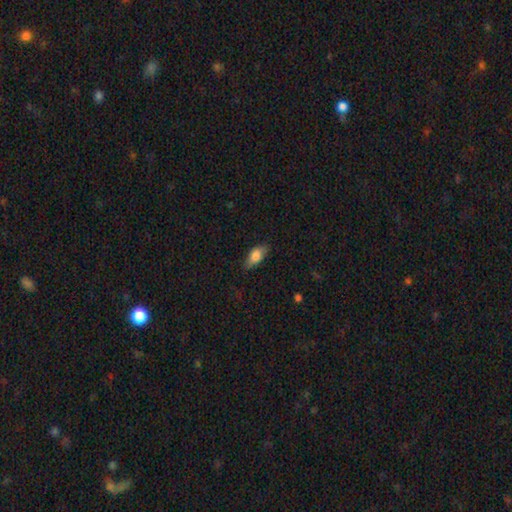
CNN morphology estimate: smooth-or-featured: smooth: 80% | featured or disk: 13% | star or artifact: 7%
  how-rounded: in between: 85% | cigar-shaped: 11% | round: 4%
  merging: none: 75% | minor disturbance: 19% | major disturbance: 4% | merger: 1%